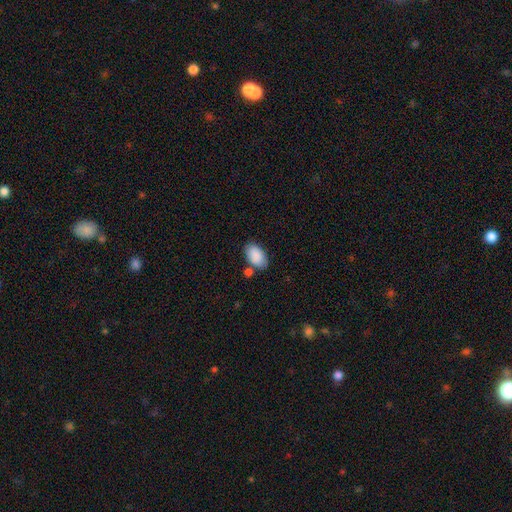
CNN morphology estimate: A smooth galaxy with no disk features (89%) that is in between round and cigar-shaped (94%). Merging: none (70%).